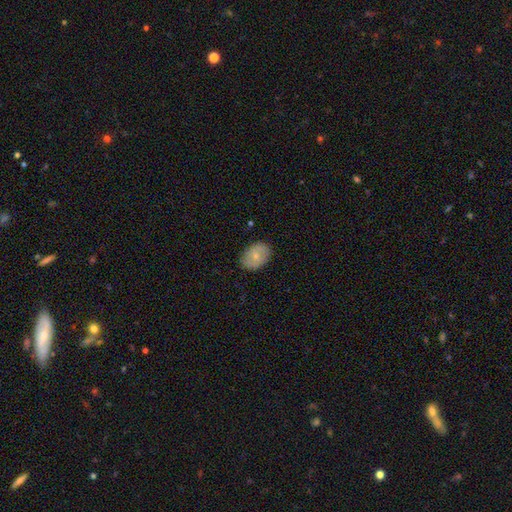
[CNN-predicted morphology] A smooth galaxy with no disk features (58%) that is in between round and cigar-shaped (75%). Merging: none (83%).